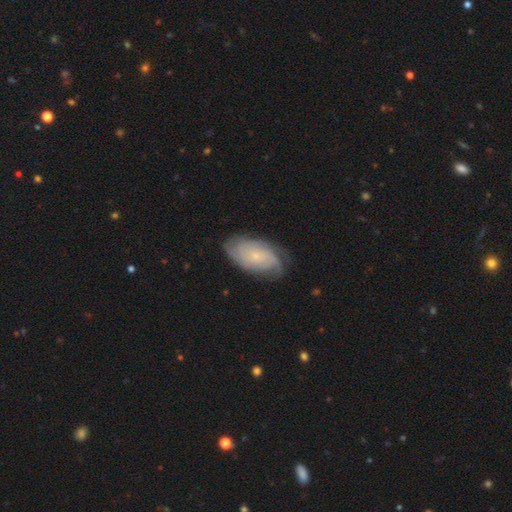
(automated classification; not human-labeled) Morphology: type=featured or disk (72%); edge-on=no (95%); bar=no (79%); spiral arms=yes (93%); winding=tight (62%); arm count=can't tell (42%); bulge=small (80%); merging=none (73%).